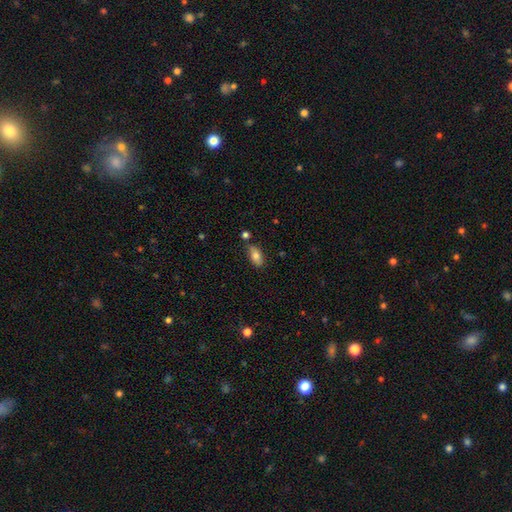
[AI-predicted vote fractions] Smooth or featured? Predicted: smooth (p=0.79). How rounded? Predicted: in between (p=0.88). Merging? Predicted: none (p=0.75).